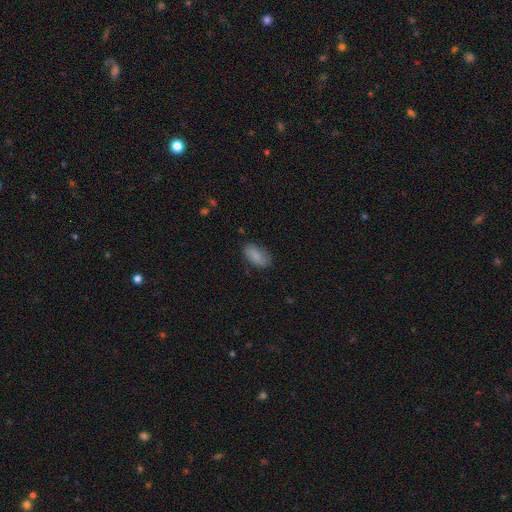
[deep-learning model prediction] Smooth or featured? smooth (86%)
How rounded? in between (93%)
Merging? none (78%)